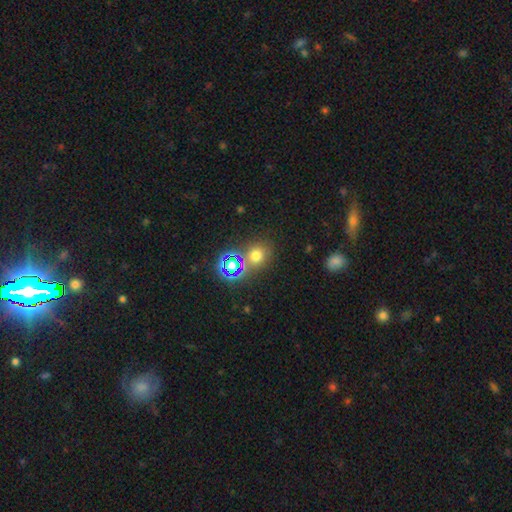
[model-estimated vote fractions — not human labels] The model was most divided on "smooth or featured": smooth: 61%, star or artifact: 30%, featured or disk: 8%. More confident: how rounded — round (71%); merging — none (71%).